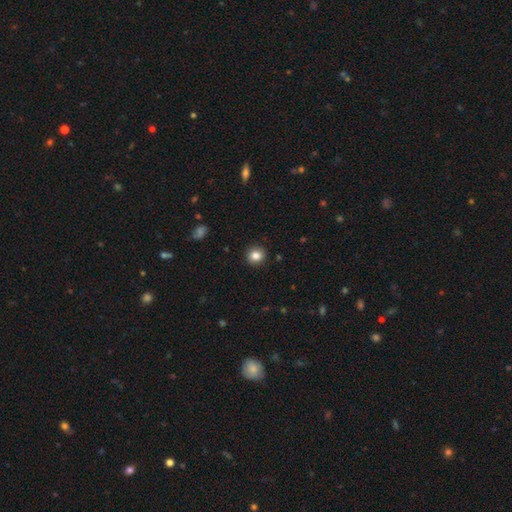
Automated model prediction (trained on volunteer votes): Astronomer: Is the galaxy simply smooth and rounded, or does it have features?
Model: smooth — 84%.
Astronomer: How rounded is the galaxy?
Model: round — 87%.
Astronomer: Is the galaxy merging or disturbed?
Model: none — 91%.